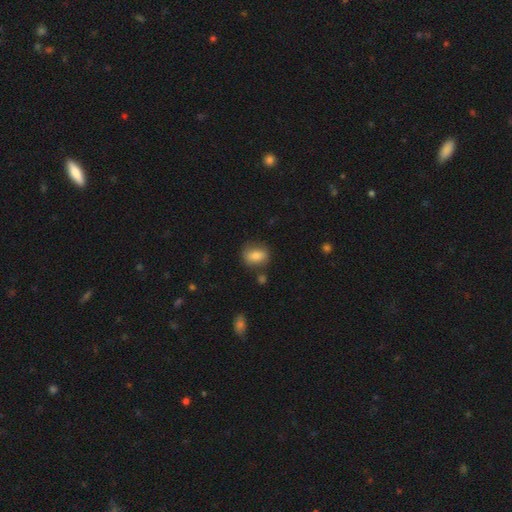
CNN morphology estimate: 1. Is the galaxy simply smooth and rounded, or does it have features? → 81% smooth, 11% featured or disk, 8% star or artifact.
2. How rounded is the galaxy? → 69% in between, 29% round, 2% cigar-shaped.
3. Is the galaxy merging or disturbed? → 70% none, 19% minor disturbance, 6% major disturbance, 5% merger.